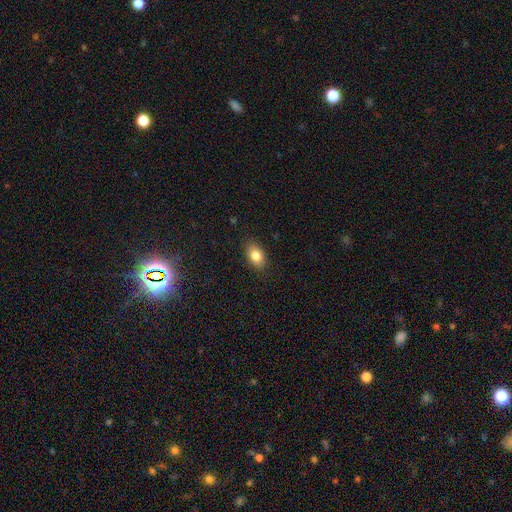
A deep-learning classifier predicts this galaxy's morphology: Smooth or featured? Predicted: smooth (p=0.83). How rounded? Predicted: in between (p=0.88). Merging? Predicted: none (p=0.86).